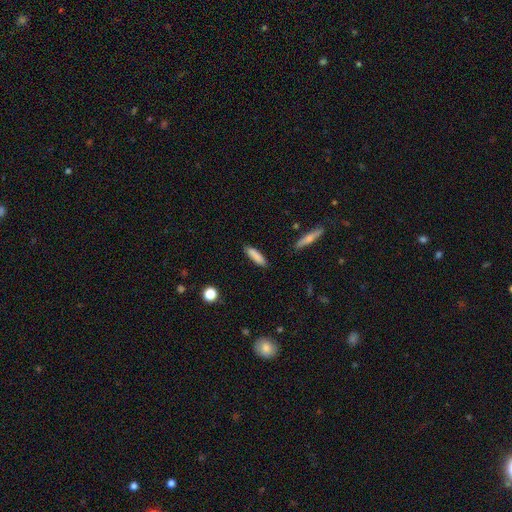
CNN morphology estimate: smooth_or_featured: smooth (p=0.85) [alt: featured or disk p=0.09]
how_rounded: cigar-shaped (p=0.71) [alt: in between p=0.27]
merging: none (p=0.86) [alt: minor disturbance p=0.10]